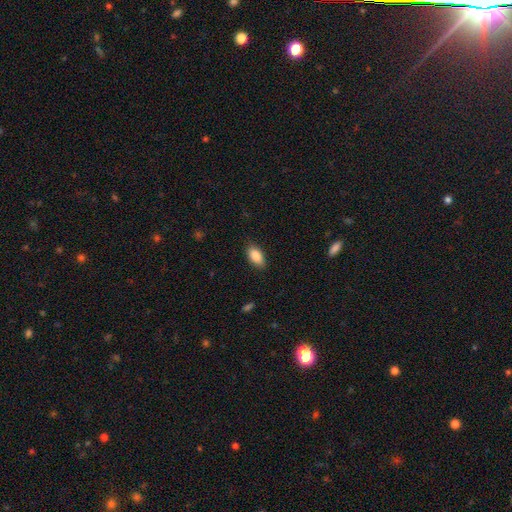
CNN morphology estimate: Smooth or featured? smooth (86%)
How rounded? in between (92%)
Merging? none (85%)